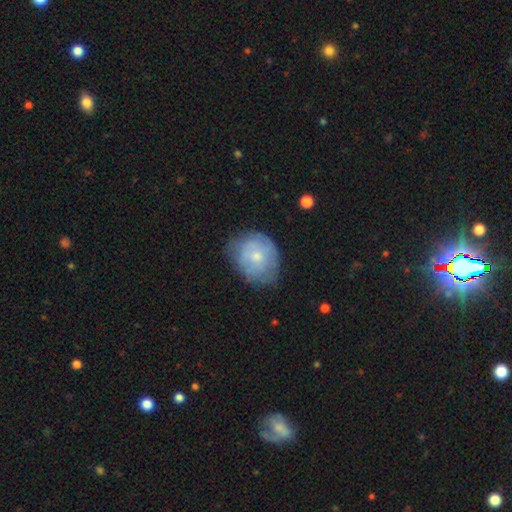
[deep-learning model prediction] This appears to be a smooth galaxy with no disk features (51%) that is round (57%). Merging: none (61%).